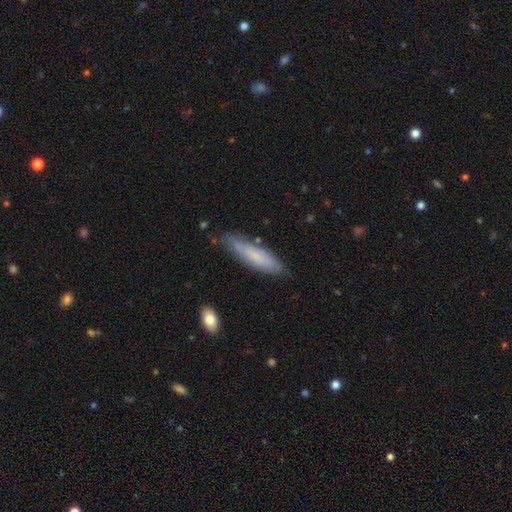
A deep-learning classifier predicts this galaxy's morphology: Smooth or featured? Predicted: smooth (p=0.63). How rounded? Predicted: cigar-shaped (p=0.72). Merging? Predicted: none (p=0.74).